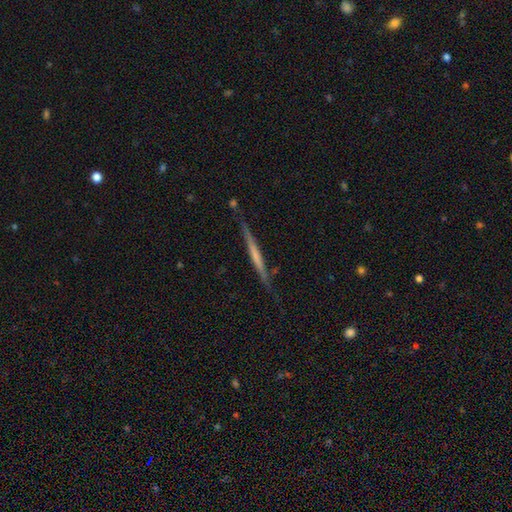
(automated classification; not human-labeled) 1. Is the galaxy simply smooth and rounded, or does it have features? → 60% featured or disk, 34% smooth, 6% star or artifact.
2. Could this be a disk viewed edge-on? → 97% yes, 3% no.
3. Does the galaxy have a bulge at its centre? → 76% none, 14% rounded, 10% boxy.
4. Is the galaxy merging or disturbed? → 81% none, 14% minor disturbance, 3% major disturbance, 2% merger.